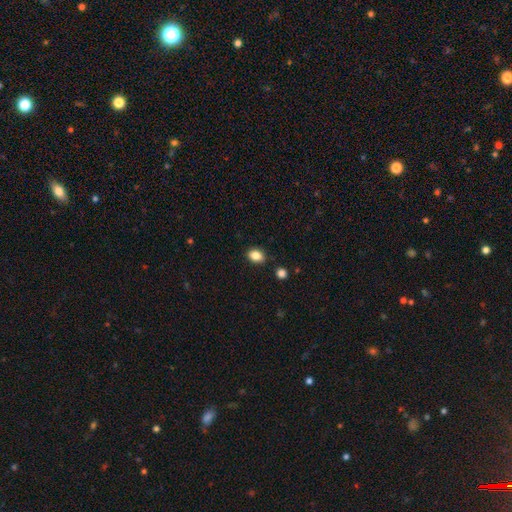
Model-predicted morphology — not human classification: smooth-or-featured: smooth: 86% | star or artifact: 9% | featured or disk: 5%
  how-rounded: in between: 74% | round: 24% | cigar-shaped: 1%
  merging: none: 84% | minor disturbance: 11% | merger: 3% | major disturbance: 2%